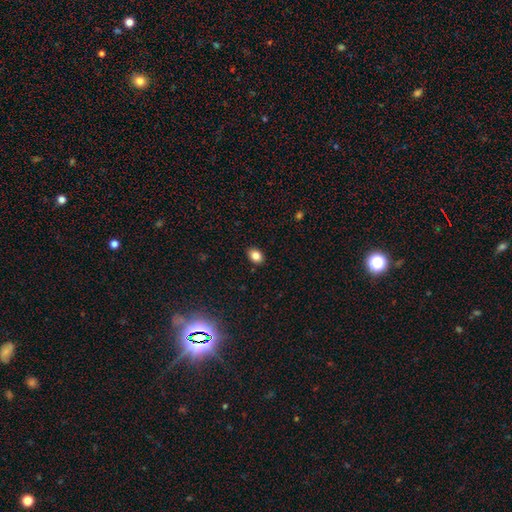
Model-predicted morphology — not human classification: smooth_or_featured: smooth (p=0.84) [alt: star or artifact p=0.10]
how_rounded: in between (p=0.73) [alt: round p=0.26]
merging: none (p=0.89) [alt: minor disturbance p=0.08]